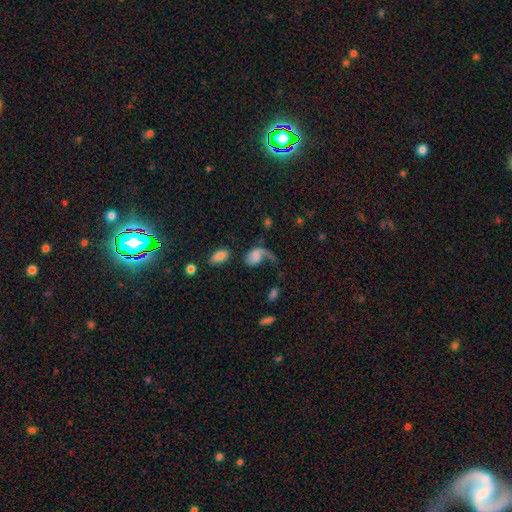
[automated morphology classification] smooth_or_featured: featured or disk (p=0.47) [alt: smooth p=0.43]
merging: major disturbance (p=0.47) [alt: none p=0.28]